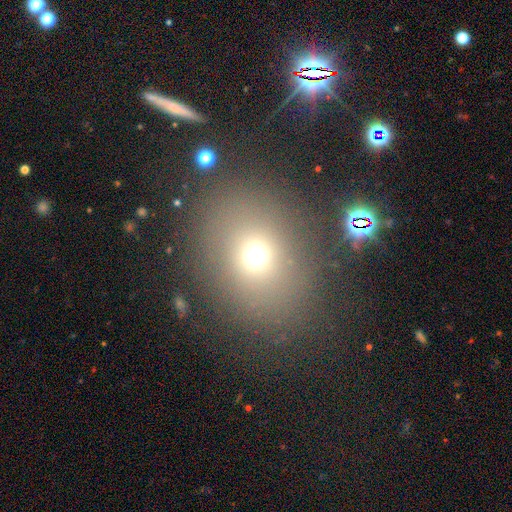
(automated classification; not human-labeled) This appears to be a smooth galaxy with no disk features (67%) that is round (53%). Merging: none (78%).